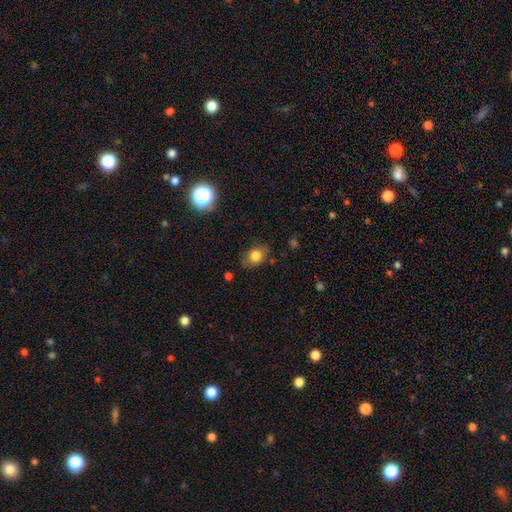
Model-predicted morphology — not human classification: A smooth galaxy with no disk features (80%) that is in between round and cigar-shaped (56%). Merging: none (75%).